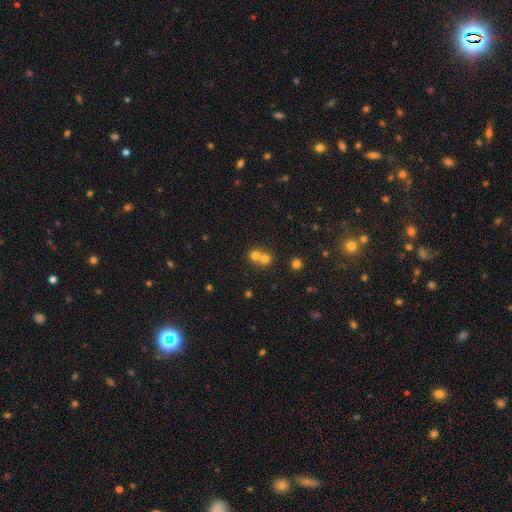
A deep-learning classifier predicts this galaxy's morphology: Q: Smooth or featured?
A: smooth (72%); runner-up: star or artifact (15%)
Q: How rounded?
A: round (84%); runner-up: in between (15%)
Q: Merging?
A: merger (59%); runner-up: none (35%)